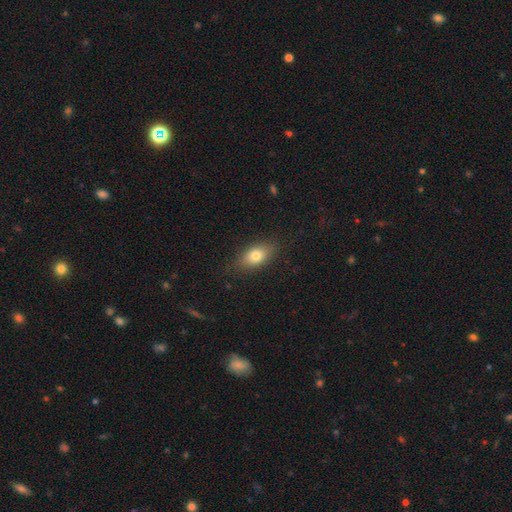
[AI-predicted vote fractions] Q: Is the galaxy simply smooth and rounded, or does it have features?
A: smooth — 77%.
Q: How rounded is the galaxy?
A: in between — 83%.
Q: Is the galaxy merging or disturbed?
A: none — 82%.